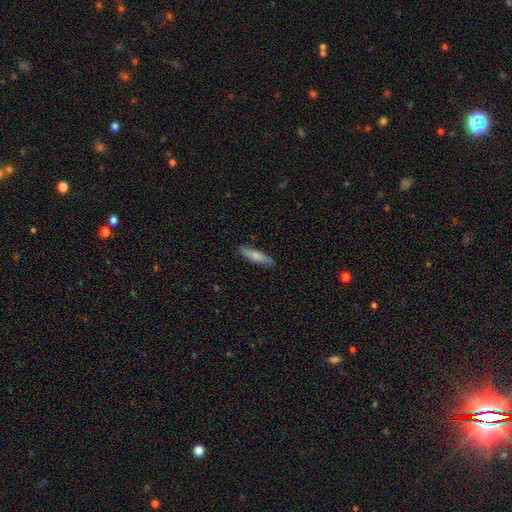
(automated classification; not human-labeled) Smooth or featured? Predicted: smooth (p=0.73). How rounded? Predicted: cigar-shaped (p=0.76). Merging? Predicted: none (p=0.86).